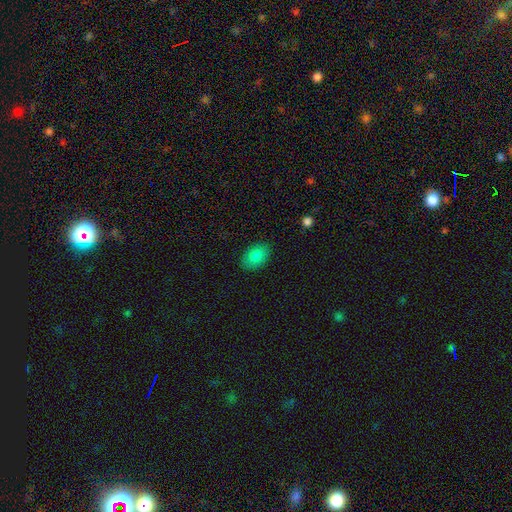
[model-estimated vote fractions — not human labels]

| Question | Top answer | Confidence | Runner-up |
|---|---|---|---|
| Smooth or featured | smooth | 83% | featured or disk (9%) |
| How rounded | in between | 85% | round (14%) |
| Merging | none | 88% | minor disturbance (9%) |